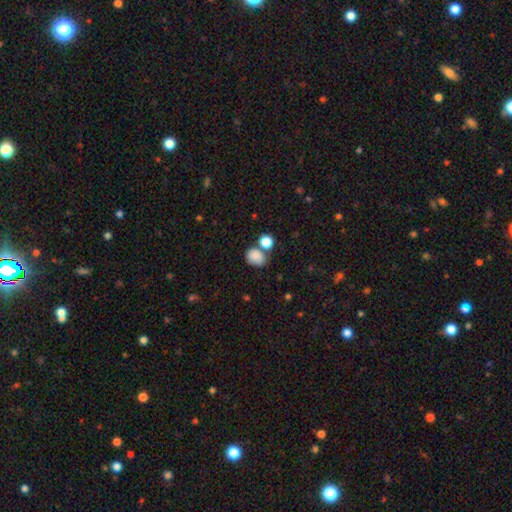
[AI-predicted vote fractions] A smooth galaxy with no disk features (83%) that is round (57%).

Vote fractions:
- Smooth or featured? smooth: 83% / star or artifact: 10% / featured or disk: 6%
- How rounded? round: 57% / in between: 42% / cigar-shaped: 1%
- Merging? none: 55% / merger: 23% / minor disturbance: 16% / major disturbance: 6%